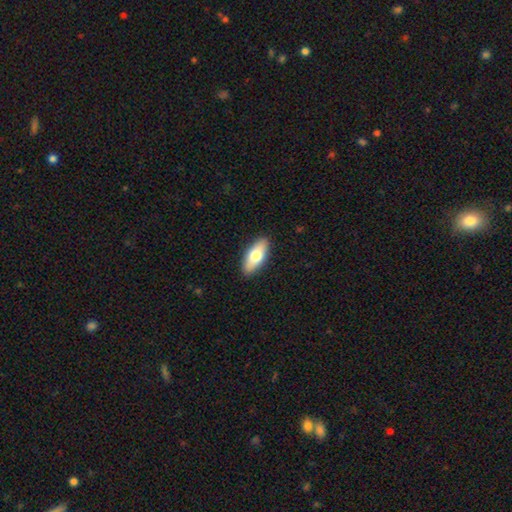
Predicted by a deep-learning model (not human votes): This appears to be a smooth galaxy with no disk features (70%) that is in between round and cigar-shaped (78%). Merging: none (90%).